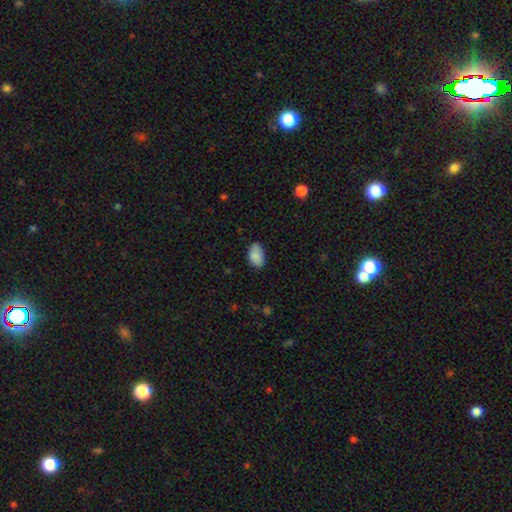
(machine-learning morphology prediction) A smooth galaxy with no disk features (87%) that is in between round and cigar-shaped (92%).

Vote fractions:
- Smooth or featured? smooth: 87% / star or artifact: 7% / featured or disk: 6%
- How rounded? in between: 92% / round: 6% / cigar-shaped: 1%
- Merging? none: 73% / minor disturbance: 22% / major disturbance: 3% / merger: 1%